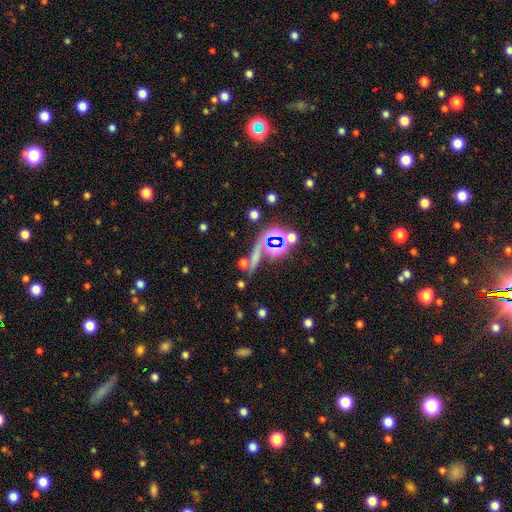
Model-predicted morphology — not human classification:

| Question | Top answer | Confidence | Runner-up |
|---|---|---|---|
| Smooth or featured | star or artifact | 42% | smooth (40%) |